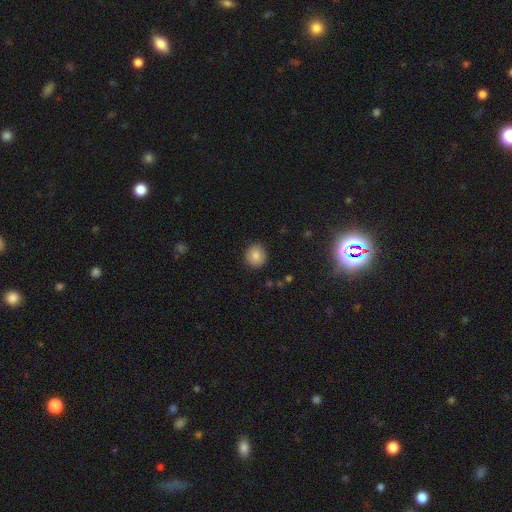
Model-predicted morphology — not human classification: Smooth or featured? Predicted: smooth (p=0.82). How rounded? Predicted: round (p=0.90). Merging? Predicted: none (p=0.90).